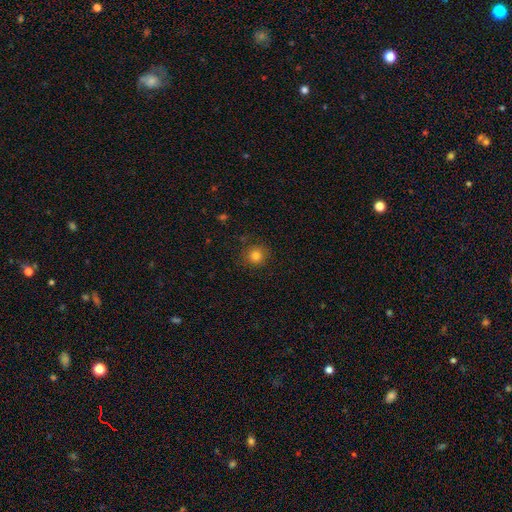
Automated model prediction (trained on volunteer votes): Smooth or featured? Predicted: smooth (p=0.80). How rounded? Predicted: round (p=0.92). Merging? Predicted: none (p=0.88).